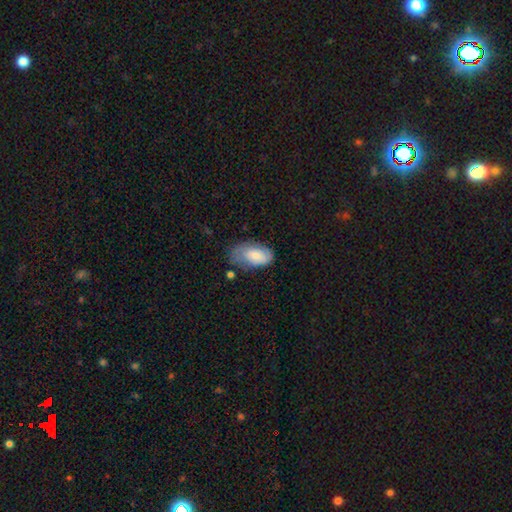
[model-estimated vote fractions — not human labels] This is likely a smooth galaxy (71%). How rounded: clearly in between (93%). Merging: possibly none (47%).